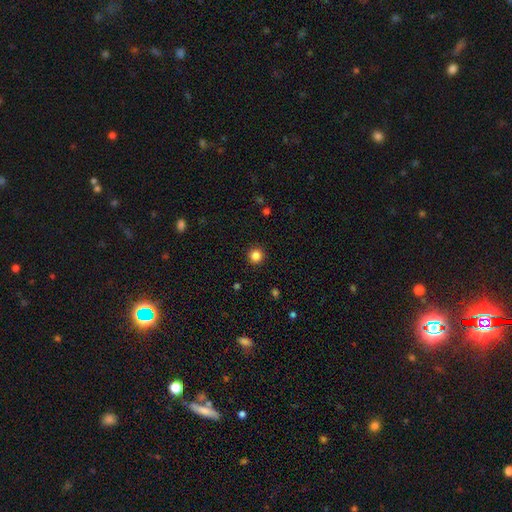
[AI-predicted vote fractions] smooth 85%, star or artifact 11%, featured or disk 4%. Down the decision tree: how rounded — round (96%); merging — none (93%).